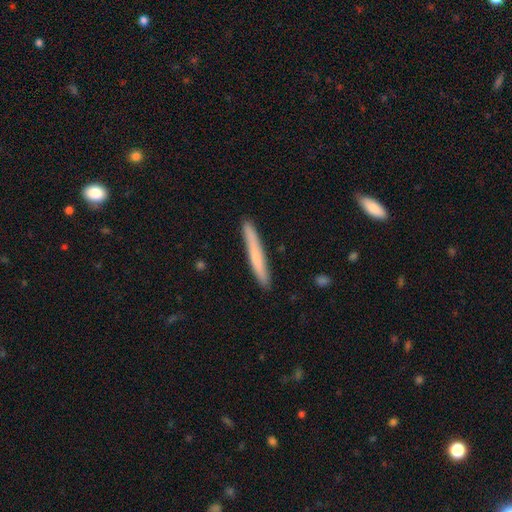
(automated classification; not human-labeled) Overall: smooth (66%; featured or disk 29%). How rounded: cigar-shaped (97%). Merging: none (90%).